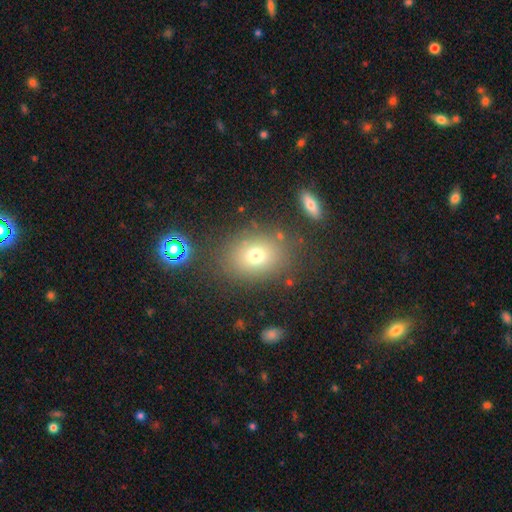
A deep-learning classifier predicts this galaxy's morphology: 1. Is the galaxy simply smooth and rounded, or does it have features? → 72% smooth, 16% star or artifact, 13% featured or disk.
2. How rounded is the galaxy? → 52% in between, 47% round, 1% cigar-shaped.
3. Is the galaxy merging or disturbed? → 79% none, 11% minor disturbance, 5% major disturbance, 5% merger.